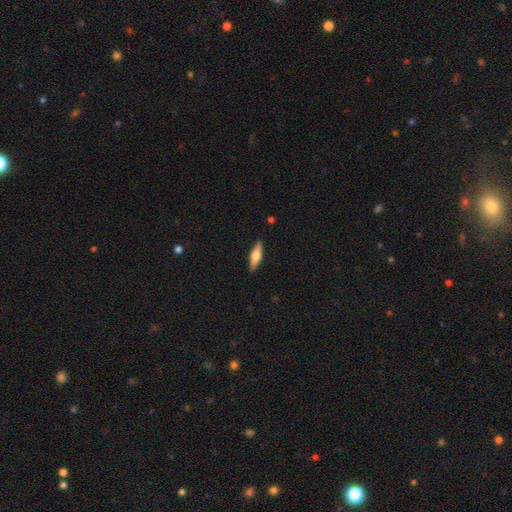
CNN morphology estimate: Overall: featured or disk (49%; smooth 45%). Merging: none (89%).